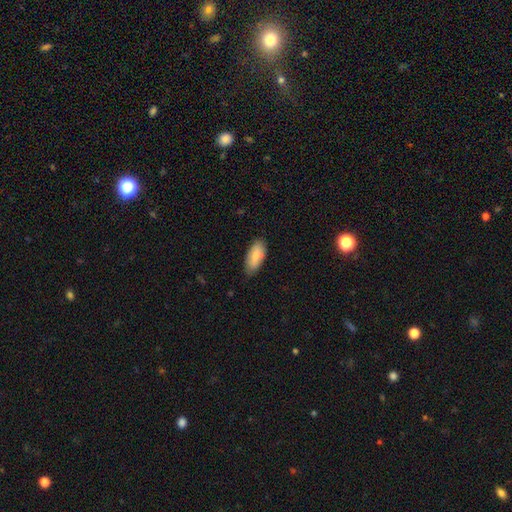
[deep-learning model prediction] Morphology: type=smooth (83%); roundness=in between (85%); merging=none (79%).